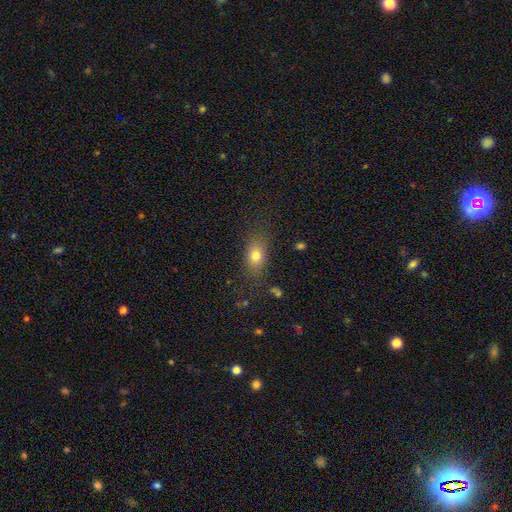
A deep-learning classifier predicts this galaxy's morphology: Q: Smooth or featured?
A: smooth (76%); runner-up: featured or disk (12%)
Q: How rounded?
A: in between (72%); runner-up: round (23%)
Q: Merging?
A: none (76%); runner-up: minor disturbance (15%)